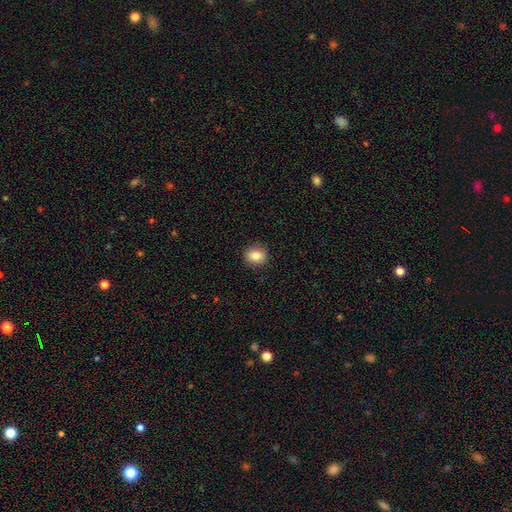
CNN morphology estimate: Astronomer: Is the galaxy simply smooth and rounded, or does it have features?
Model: smooth — 85%.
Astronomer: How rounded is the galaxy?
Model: round — 67%.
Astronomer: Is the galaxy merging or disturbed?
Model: none — 89%.